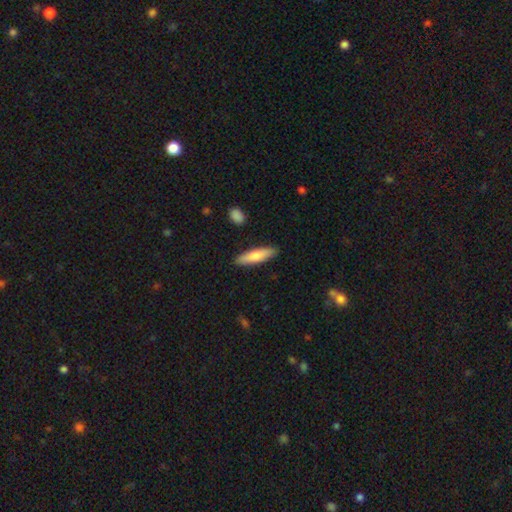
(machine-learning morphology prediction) Q: Smooth or featured?
A: smooth (75%); runner-up: featured or disk (20%)
Q: How rounded?
A: cigar-shaped (71%); runner-up: in between (28%)
Q: Merging?
A: none (89%); runner-up: minor disturbance (8%)